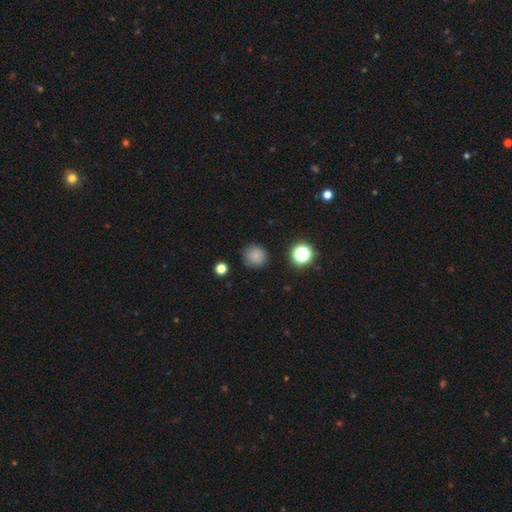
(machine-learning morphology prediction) Smooth or featured: smooth — 81% (star or artifact — 14%)
How rounded: round — 91% (in between — 8%)
Merging: none — 85% (minor disturbance — 10%)